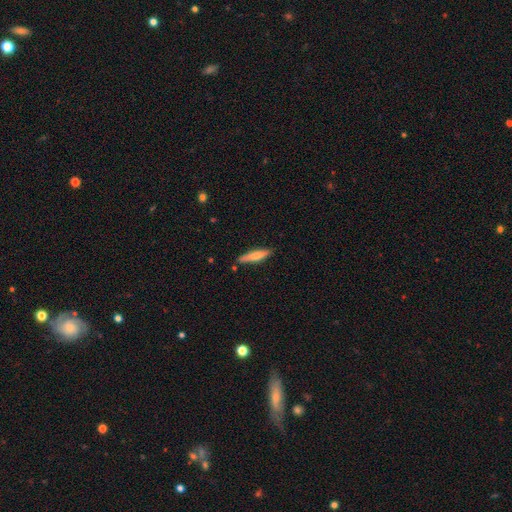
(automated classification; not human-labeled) This is likely a smooth galaxy (71%). How rounded: clearly cigar-shaped (84%). Merging: clearly none (82%).